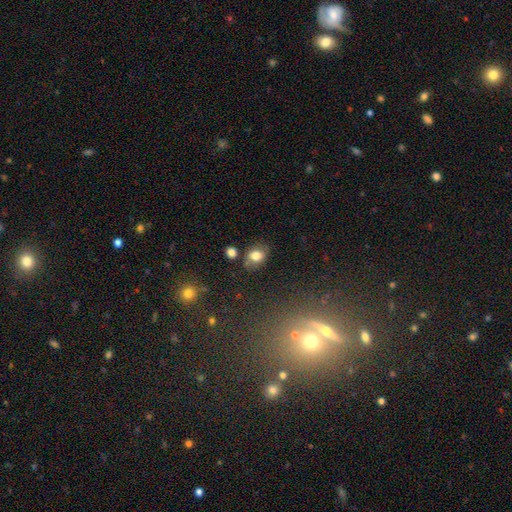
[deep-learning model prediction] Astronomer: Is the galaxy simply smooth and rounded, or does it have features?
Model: smooth — 76%.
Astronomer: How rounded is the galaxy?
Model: in between — 65%.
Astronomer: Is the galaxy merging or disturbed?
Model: none — 72%.